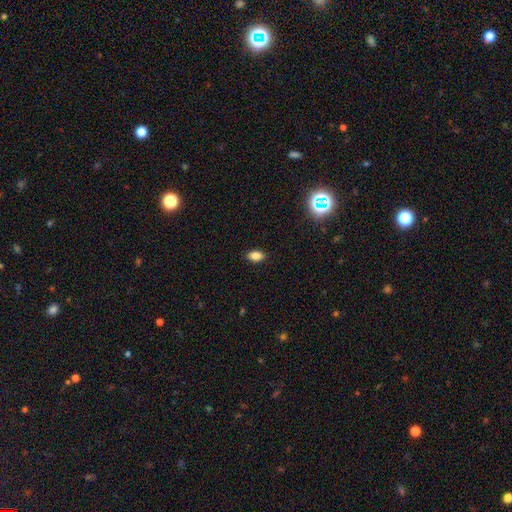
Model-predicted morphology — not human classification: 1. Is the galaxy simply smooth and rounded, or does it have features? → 84% smooth, 10% star or artifact, 5% featured or disk.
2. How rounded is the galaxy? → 89% in between, 8% round, 3% cigar-shaped.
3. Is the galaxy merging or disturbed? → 88% none, 8% minor disturbance, 2% major disturbance, 1% merger.